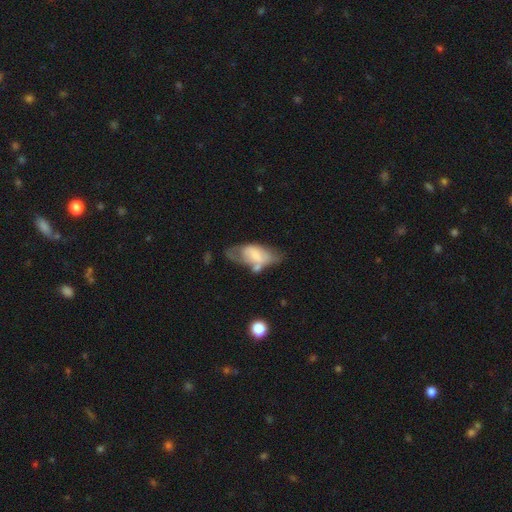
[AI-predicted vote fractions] Smooth or featured? smooth (56%)
How rounded? in between (90%)
Merging? major disturbance (28%)